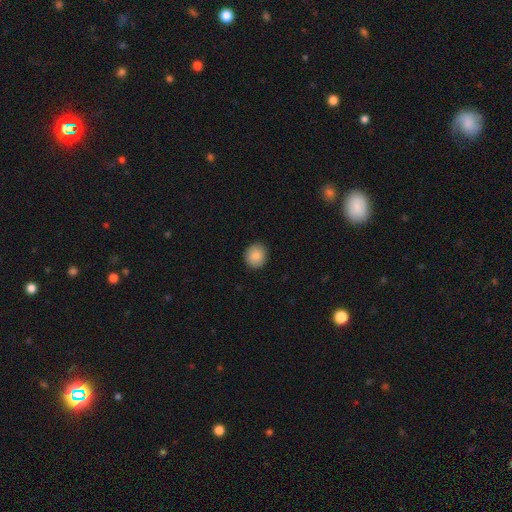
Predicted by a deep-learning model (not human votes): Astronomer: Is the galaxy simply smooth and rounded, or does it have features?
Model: smooth — 88%.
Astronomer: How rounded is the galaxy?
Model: round — 84%.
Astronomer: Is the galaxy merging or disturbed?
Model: none — 90%.